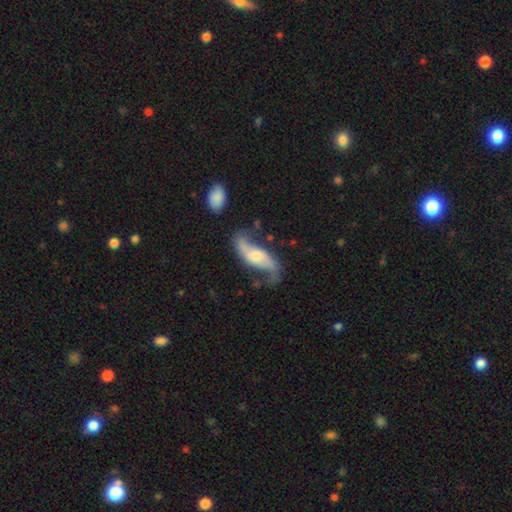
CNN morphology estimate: smooth_or_featured: featured or disk (p=0.77) [alt: smooth p=0.17]
disk_edge_on: no (p=0.89) [alt: yes p=0.11]
bar: weak (p=0.41) [alt: no p=0.39]
has_spiral_arms: yes (p=0.93) [alt: no p=0.07]
spiral_winding: loose (p=0.81) [alt: medium p=0.14]
spiral_arm_count: 2 (p=0.90) [alt: 1 p=0.04]
bulge_size: moderate (p=0.44) [alt: small p=0.33]
merging: none (p=0.57) [alt: minor disturbance p=0.23]